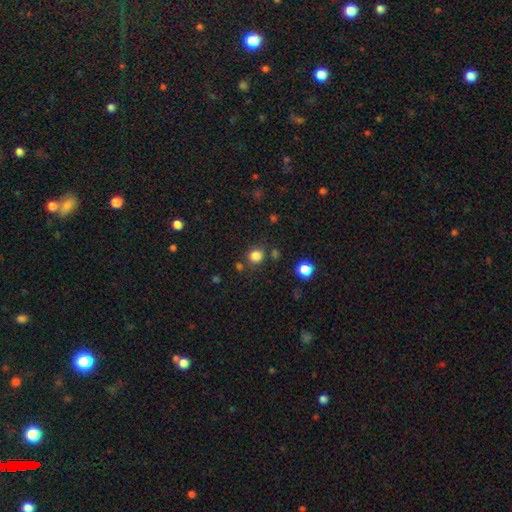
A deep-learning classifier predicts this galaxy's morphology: Smooth or featured: smooth — 82% (star or artifact — 14%)
How rounded: round — 87% (in between — 12%)
Merging: none — 80% (minor disturbance — 10%)